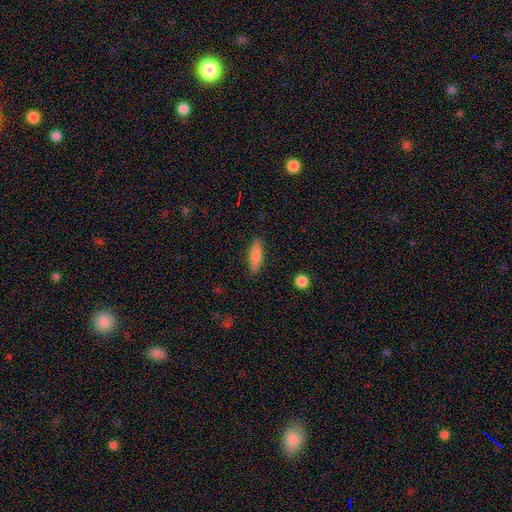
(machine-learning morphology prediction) Q: Smooth or featured?
A: smooth (81%); runner-up: featured or disk (13%)
Q: How rounded?
A: cigar-shaped (57%); runner-up: in between (41%)
Q: Merging?
A: none (87%); runner-up: minor disturbance (9%)